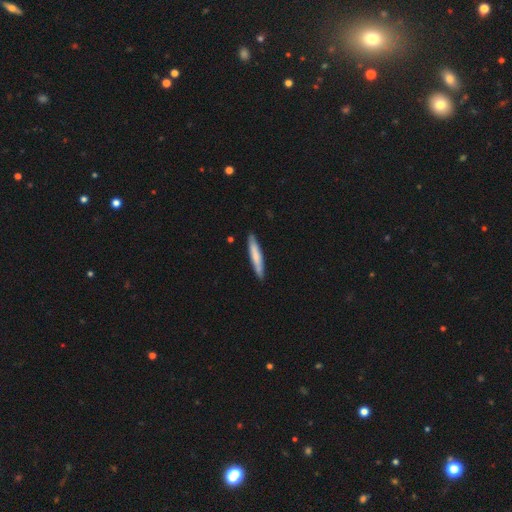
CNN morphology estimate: A smooth galaxy with no disk features (70%) that is cigar-shaped (93%).

Vote fractions:
- Smooth or featured? smooth: 70% / featured or disk: 25% / star or artifact: 5%
- How rounded? cigar-shaped: 93% / in between: 6% / round: 1%
- Merging? none: 88% / minor disturbance: 9% / major disturbance: 1% / merger: 1%